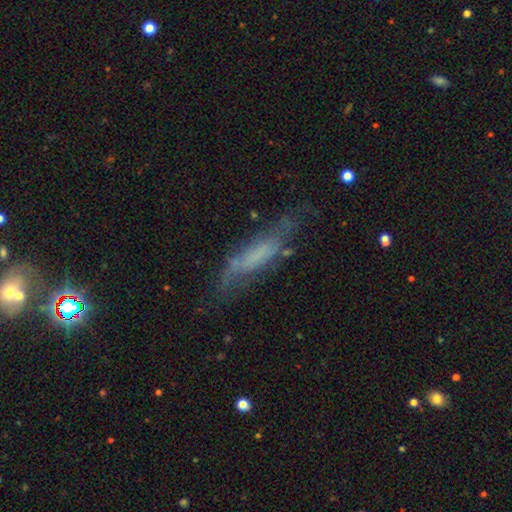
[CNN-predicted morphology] Smooth or featured? Predicted: featured or disk (p=0.48). Merging? Predicted: none (p=0.53).